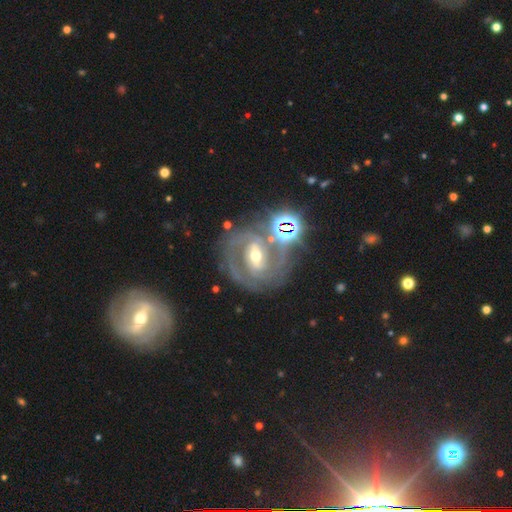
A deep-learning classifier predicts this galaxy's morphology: smooth_or_featured: featured or disk (p=0.85) [alt: star or artifact p=0.09]
disk_edge_on: no (p=0.97) [alt: yes p=0.03]
bar: strong (p=0.47) [alt: weak p=0.39]
has_spiral_arms: yes (p=0.96) [alt: no p=0.04]
spiral_winding: tight (p=0.55) [alt: medium p=0.38]
spiral_arm_count: 2 (p=0.63) [alt: 3 p=0.14]
bulge_size: moderate (p=0.62) [alt: small p=0.31]
merging: none (p=0.68) [alt: minor disturbance p=0.15]